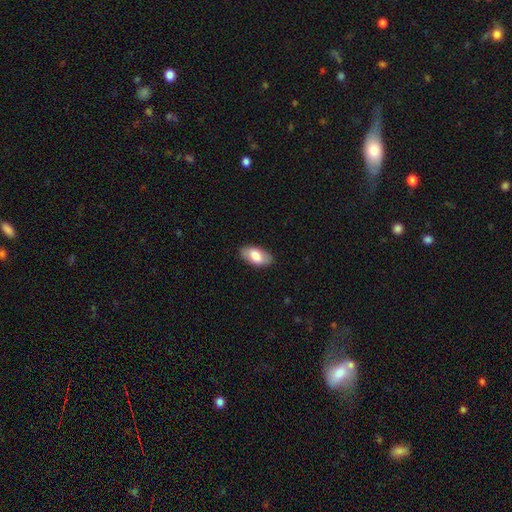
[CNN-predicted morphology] The model was most divided on "smooth or featured": smooth: 76%, featured or disk: 18%, star or artifact: 6%. More confident: how rounded — in between (94%); merging — none (85%).